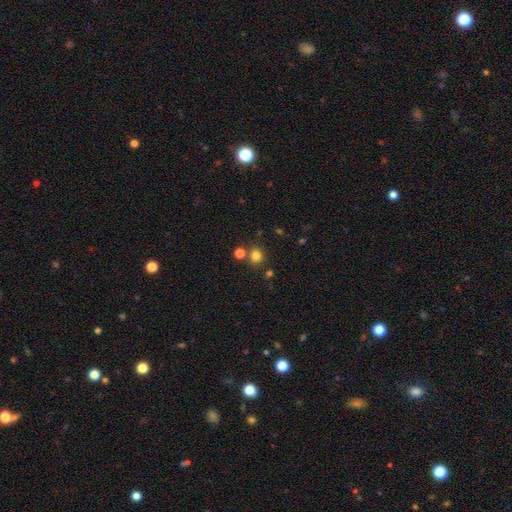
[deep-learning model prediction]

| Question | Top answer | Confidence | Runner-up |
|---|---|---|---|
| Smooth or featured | smooth | 80% | star or artifact (15%) |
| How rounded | round | 84% | in between (15%) |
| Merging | none | 76% | merger (14%) |